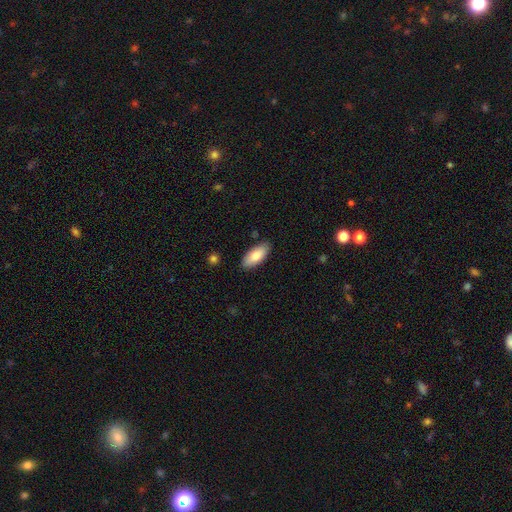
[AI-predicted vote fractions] This is likely a smooth galaxy (79%). How rounded: clearly in between (87%). Merging: clearly none (86%).